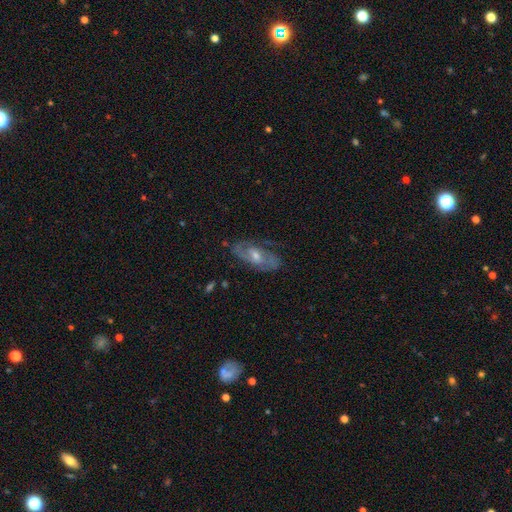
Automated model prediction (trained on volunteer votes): This is likely a featured or disk galaxy (78%). It is clearly not viewed edge-on (91%). Bar: possibly no (49%). Spiral arm pattern: clearly yes (89%). Spiral arm count: likely 2 (60%). Spiral winding: marginally medium (44%). Central bulge: possibly moderate (57%). Merging: likely none (75%).